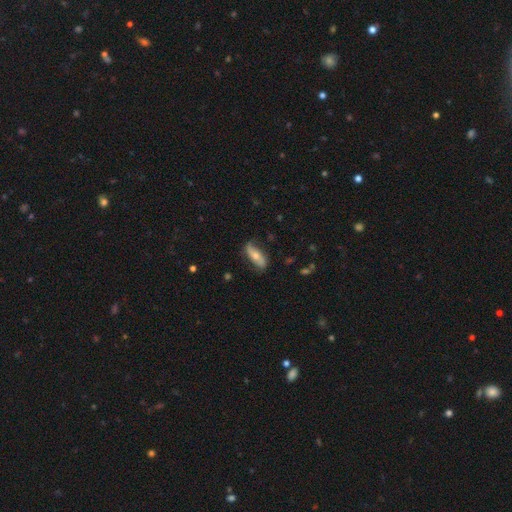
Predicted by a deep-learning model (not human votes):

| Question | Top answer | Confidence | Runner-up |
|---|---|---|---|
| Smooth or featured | featured or disk | 47% | smooth (46%) |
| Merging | none | 70% | minor disturbance (22%) |